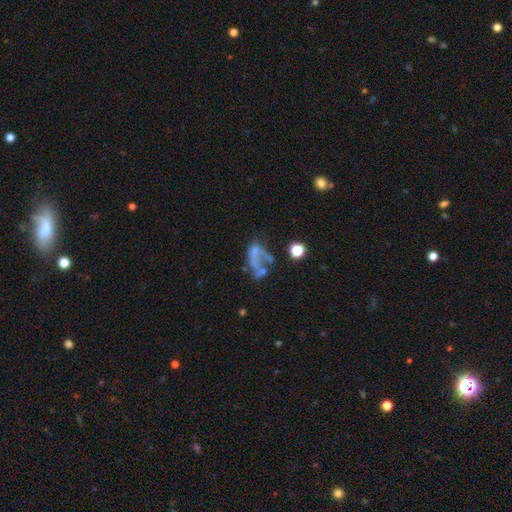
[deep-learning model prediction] Overall: featured or disk (47%; smooth 32%). Merging: major disturbance (40%; merger 23%).